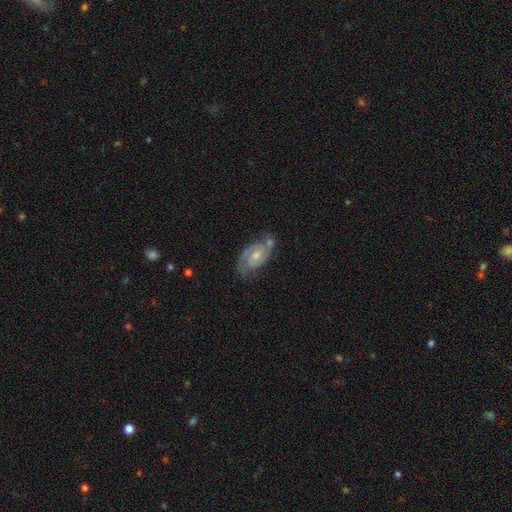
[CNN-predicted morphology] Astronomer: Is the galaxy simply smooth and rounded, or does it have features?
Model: featured or disk — 84%.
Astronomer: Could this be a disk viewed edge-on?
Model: no — 97%.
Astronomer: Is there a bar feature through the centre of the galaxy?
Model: no — 52% (runner-up: weak, 40%).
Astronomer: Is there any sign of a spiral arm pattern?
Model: yes — 96%.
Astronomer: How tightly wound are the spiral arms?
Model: medium — 47% (runner-up: tight, 42%).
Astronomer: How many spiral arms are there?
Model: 2 — 88%.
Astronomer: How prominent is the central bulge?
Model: moderate — 50% (runner-up: small, 39%).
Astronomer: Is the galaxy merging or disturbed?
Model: none — 63%.